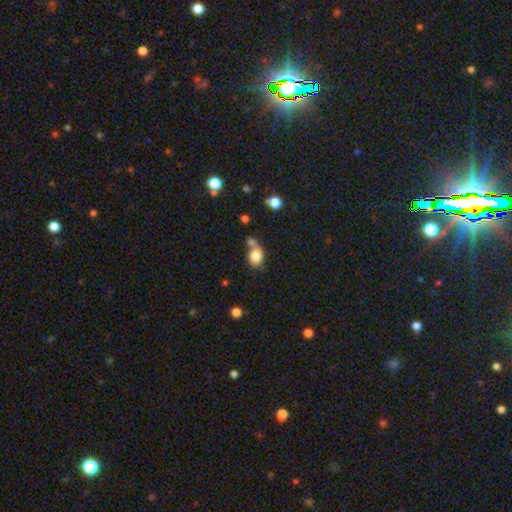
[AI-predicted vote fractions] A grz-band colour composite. It shows a smooth galaxy with no disk features (82%) that is in between round and cigar-shaped (58%). Merging: none (44%).